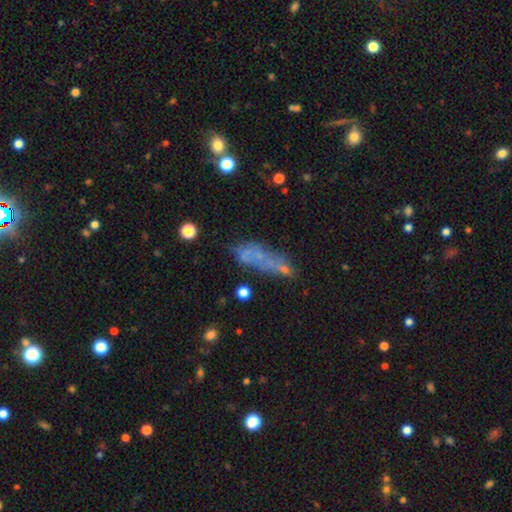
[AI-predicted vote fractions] Q: Smooth or featured?
A: featured or disk (41%); runner-up: smooth (40%)
Q: Merging?
A: none (42%); runner-up: minor disturbance (20%)